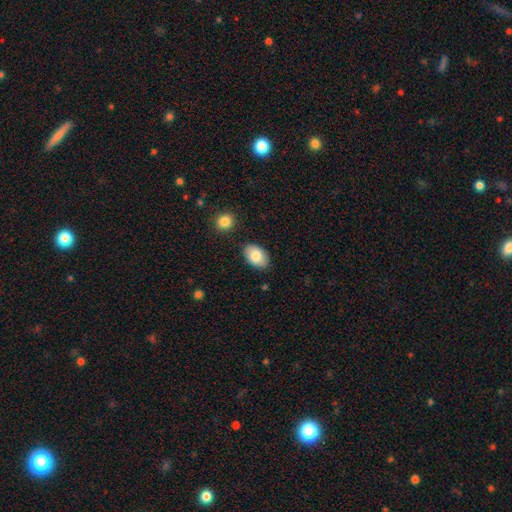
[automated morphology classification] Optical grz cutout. It shows a smooth galaxy with no disk features (83%) that is in between round and cigar-shaped (89%). Merging: none (84%).